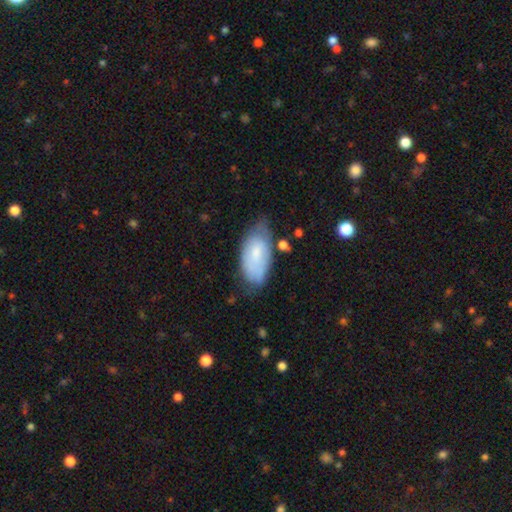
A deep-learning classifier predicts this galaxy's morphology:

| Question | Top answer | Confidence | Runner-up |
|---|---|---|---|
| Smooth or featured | smooth | 66% | featured or disk (28%) |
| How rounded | in between | 94% | cigar-shaped (4%) |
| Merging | none | 54% | minor disturbance (34%) |